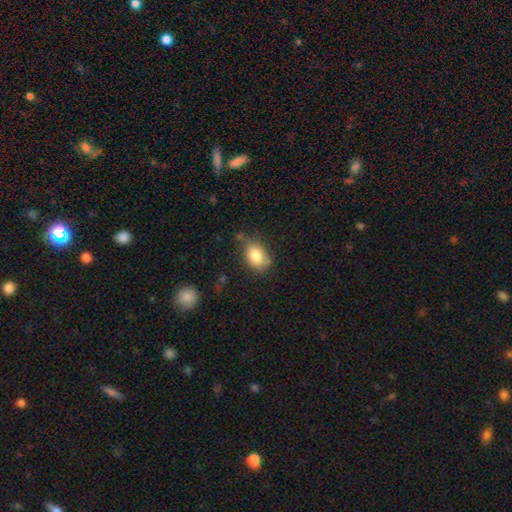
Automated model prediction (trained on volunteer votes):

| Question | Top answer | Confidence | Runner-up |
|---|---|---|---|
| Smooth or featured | smooth | 84% | featured or disk (9%) |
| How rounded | in between | 82% | round (16%) |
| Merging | none | 72% | minor disturbance (20%) |